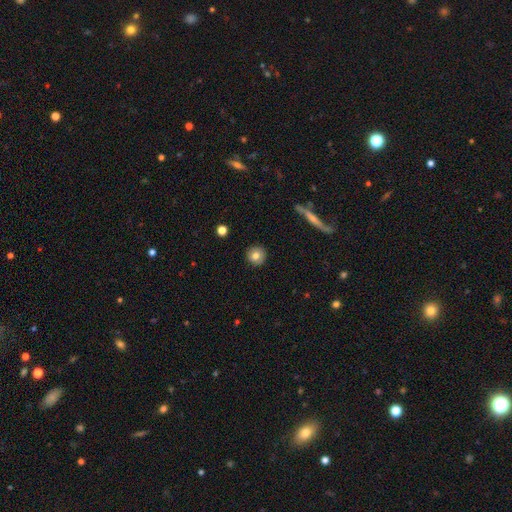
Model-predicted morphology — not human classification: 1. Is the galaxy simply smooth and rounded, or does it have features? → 78% smooth, 13% featured or disk, 9% star or artifact.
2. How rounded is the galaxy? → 93% round, 5% in between, 1% cigar-shaped.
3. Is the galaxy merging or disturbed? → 91% none, 6% minor disturbance, 2% major disturbance, 1% merger.